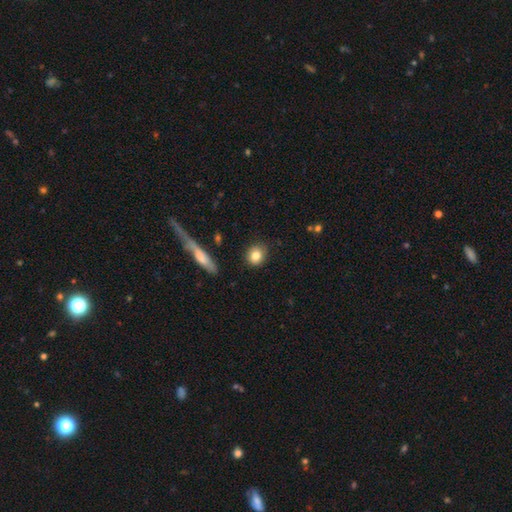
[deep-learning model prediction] Morphology: type=smooth (82%); roundness=round (75%); merging=none (87%).